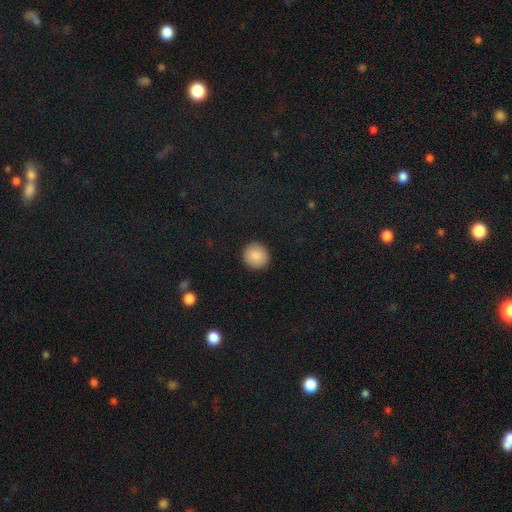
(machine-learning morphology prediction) Q: Smooth or featured?
A: smooth (88%); runner-up: star or artifact (8%)
Q: How rounded?
A: round (93%); runner-up: in between (6%)
Q: Merging?
A: none (92%); runner-up: minor disturbance (5%)